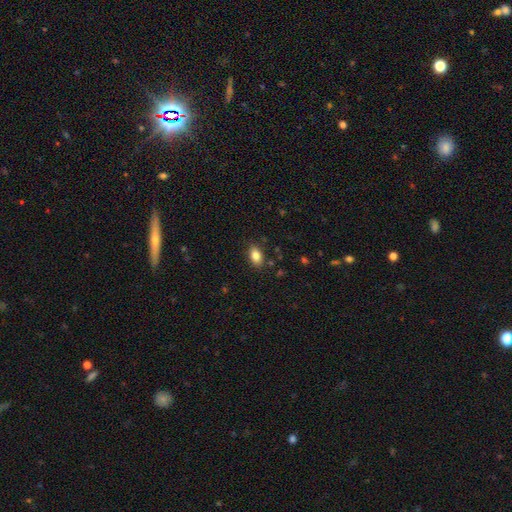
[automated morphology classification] The model was most divided on "smooth or featured": smooth: 83%, star or artifact: 9%, featured or disk: 8%. More confident: how rounded — in between (87%); merging — none (85%).